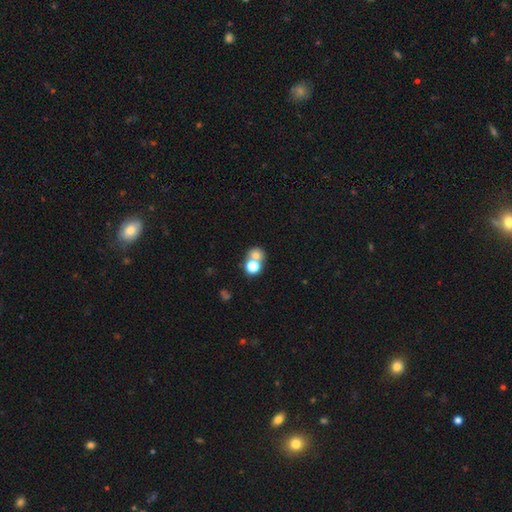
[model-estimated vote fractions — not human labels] The model was most divided on "merging": merger: 50%, none: 39%, minor disturbance: 7%, major disturbance: 4%. More confident: how rounded — round (74%); smooth or featured — smooth (70%).